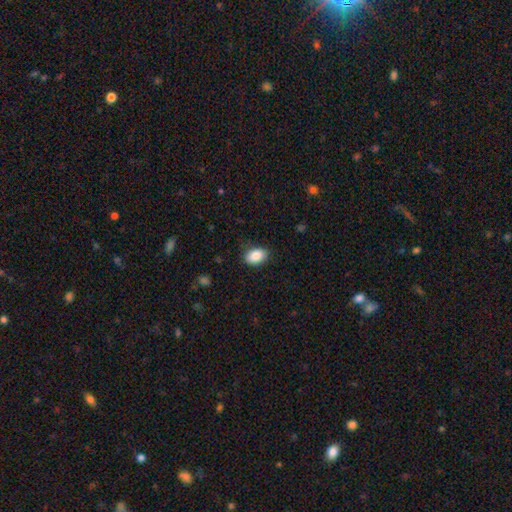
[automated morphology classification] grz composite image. It shows a smooth galaxy with no disk features (89%) that is in between round and cigar-shaped (89%). Merging: none (85%).